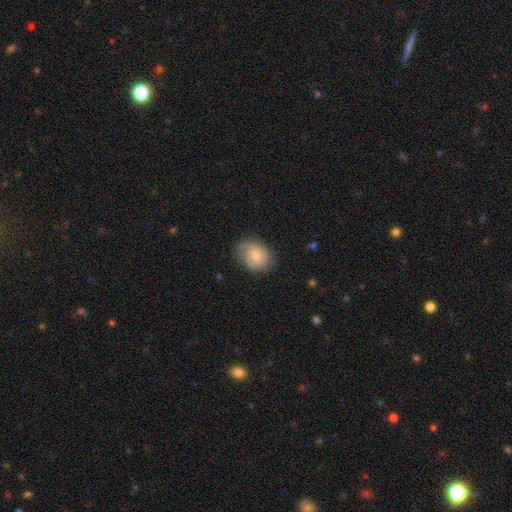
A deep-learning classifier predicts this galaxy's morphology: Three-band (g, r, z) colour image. It shows a smooth galaxy with no disk features (49%). Merging: none (63%).